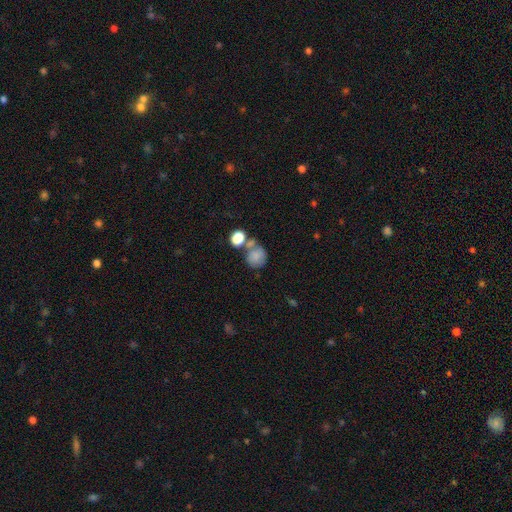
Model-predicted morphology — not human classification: Smooth or featured? smooth (78%)
How rounded? round (77%)
Merging? none (40%)